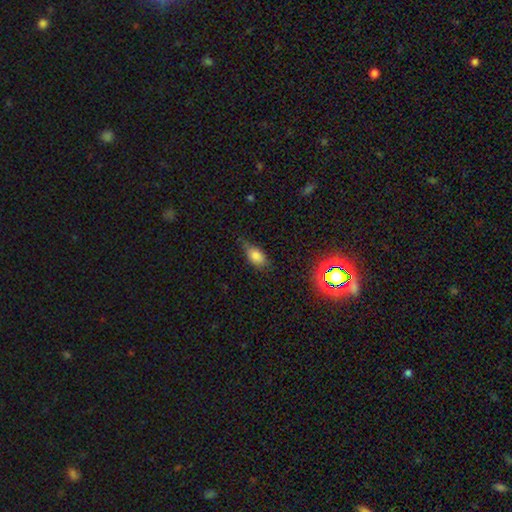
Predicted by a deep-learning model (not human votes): Morphology: type=smooth (78%); roundness=in between (86%); merging=none (62%).